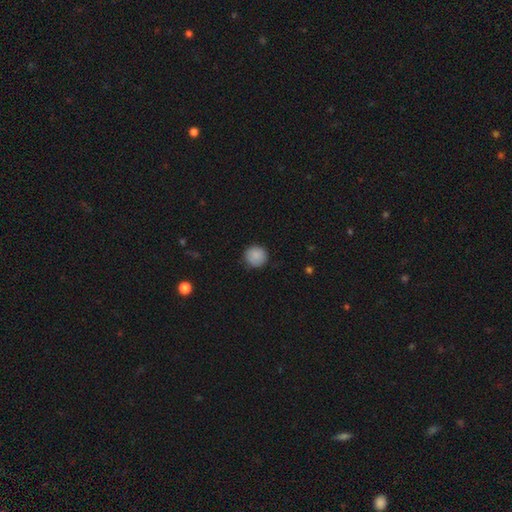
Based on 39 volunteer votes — smooth_or_featured: smooth (p=0.85) [alt: featured or disk p=0.08]
how_rounded: round (p=1.00)
merging: none (p=0.83) [alt: minor disturbance p=0.08]